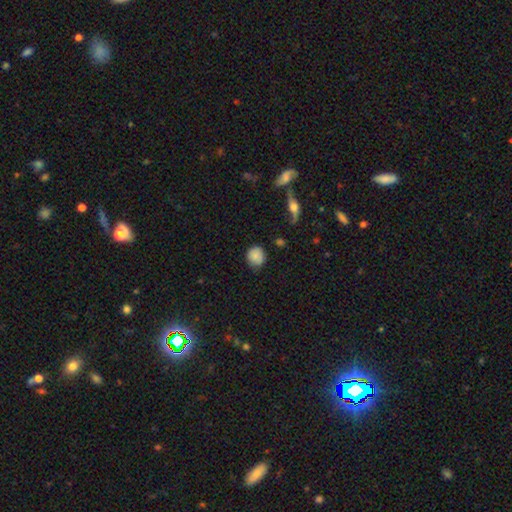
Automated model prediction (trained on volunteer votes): Smooth or featured: smooth — 82% (featured or disk — 10%)
How rounded: round — 86% (in between — 13%)
Merging: none — 75% (minor disturbance — 19%)